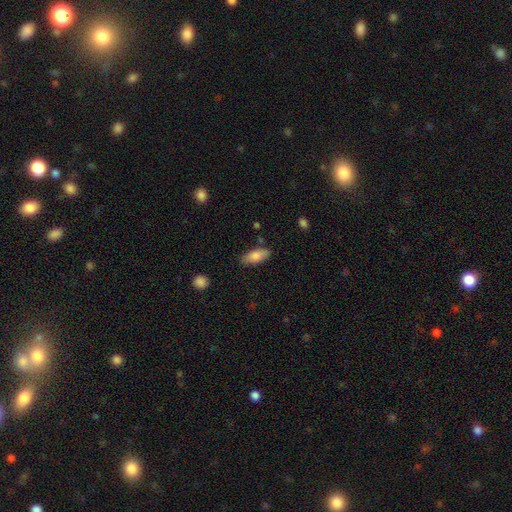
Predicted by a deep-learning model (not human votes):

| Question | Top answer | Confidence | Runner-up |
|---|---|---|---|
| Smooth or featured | smooth | 80% | featured or disk (14%) |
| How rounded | in between | 81% | cigar-shaped (17%) |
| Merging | none | 83% | minor disturbance (12%) |